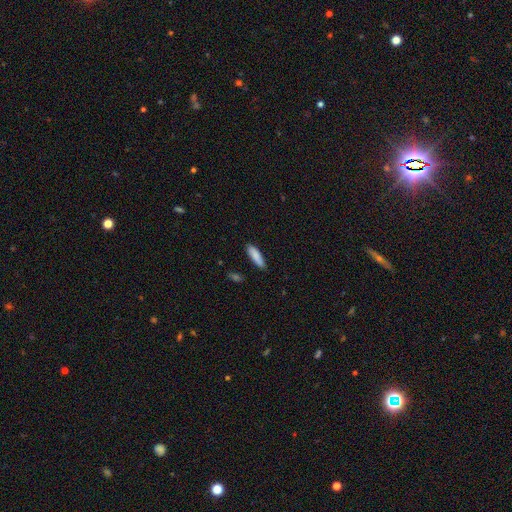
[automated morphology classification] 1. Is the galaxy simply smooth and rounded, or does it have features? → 85% smooth, 8% featured or disk, 6% star or artifact.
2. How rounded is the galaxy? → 56% cigar-shaped, 43% in between, 2% round.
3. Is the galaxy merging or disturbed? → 82% none, 14% minor disturbance, 2% major disturbance, 2% merger.